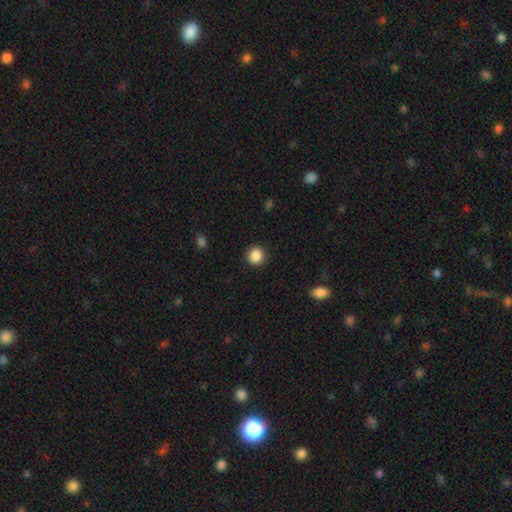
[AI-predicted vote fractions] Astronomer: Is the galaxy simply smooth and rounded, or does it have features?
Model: smooth — 87%.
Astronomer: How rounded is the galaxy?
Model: round — 90%.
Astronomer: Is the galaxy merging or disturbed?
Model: none — 90%.